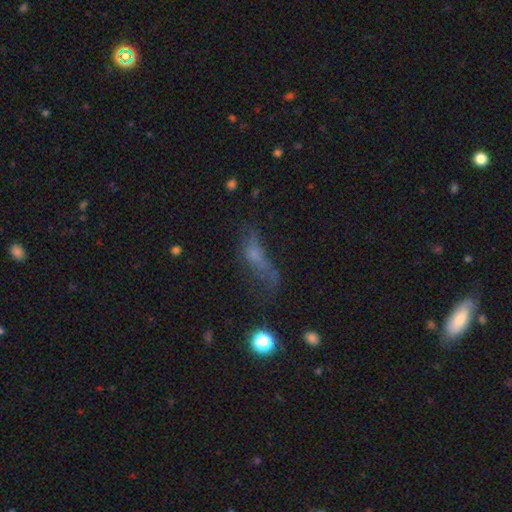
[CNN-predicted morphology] smooth-or-featured: smooth: 47% | featured or disk: 32% | star or artifact: 21%
  merging: major disturbance: 42% | none: 30% | minor disturbance: 21% | merger: 7%